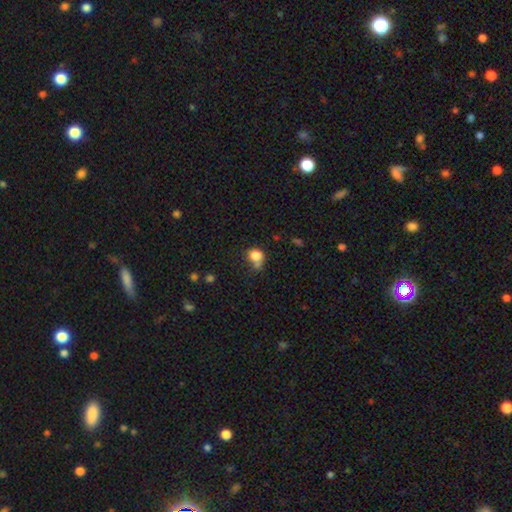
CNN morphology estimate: Smooth or featured?
  - smooth: 81% *
  - star or artifact: 11%
  - featured or disk: 8%
How rounded?
  - round: 68% *
  - in between: 31%
  - cigar-shaped: 1%
Merging?
  - none: 47% *
  - merger: 25%
  - minor disturbance: 20%
  - major disturbance: 8%